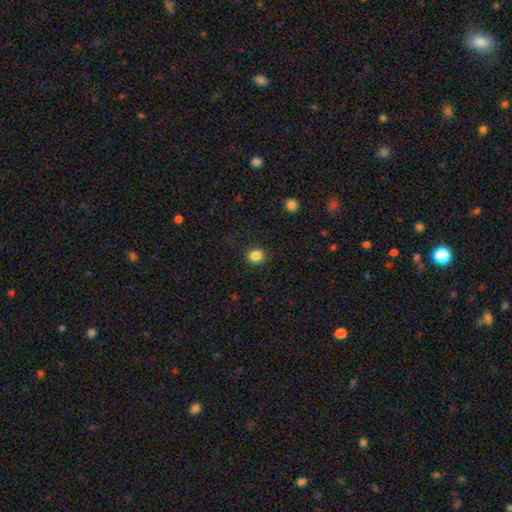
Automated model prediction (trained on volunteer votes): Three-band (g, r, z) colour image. It shows a smooth galaxy with no disk features (85%) that is round (71%). Merging: none (87%).